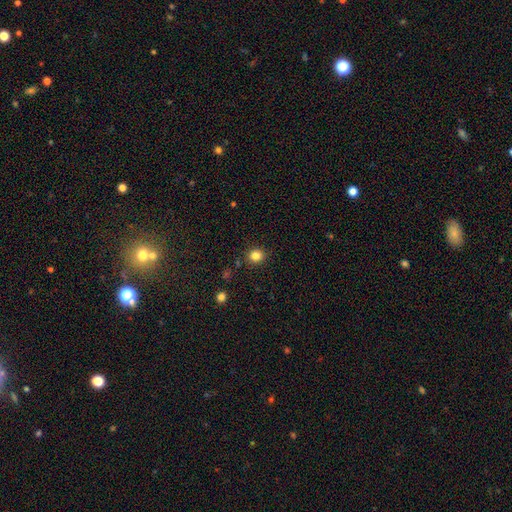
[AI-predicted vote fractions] smooth_or_featured: smooth (p=0.83) [alt: star or artifact p=0.12]
how_rounded: round (p=0.83) [alt: in between p=0.16]
merging: none (p=0.89) [alt: minor disturbance p=0.07]